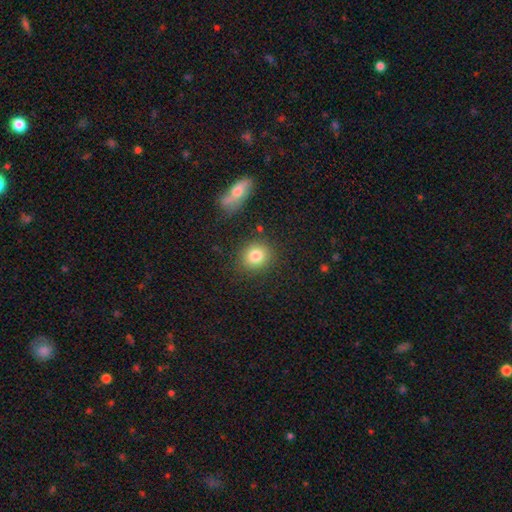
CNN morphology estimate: type=smooth (82%); roundness=round (79%); merging=none (84%).